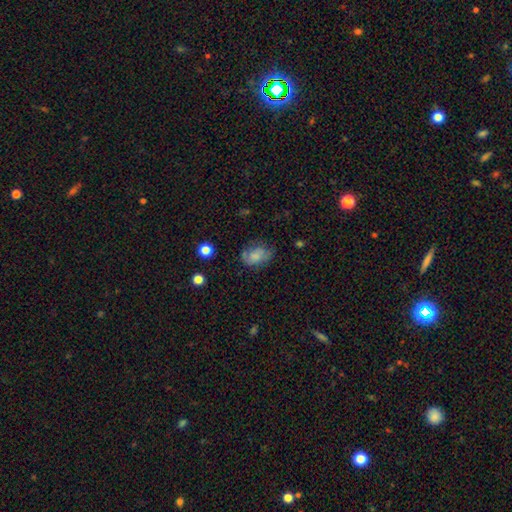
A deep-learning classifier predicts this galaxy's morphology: Smooth or featured: smooth — 66% (featured or disk — 23%)
How rounded: in between — 77% (round — 22%)
Merging: none — 54% (minor disturbance — 28%)